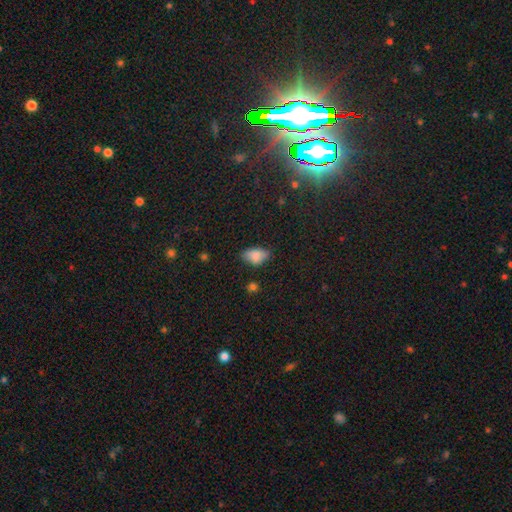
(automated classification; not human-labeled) This appears to be a smooth galaxy with no disk features (82%) that is in between round and cigar-shaped (91%). Merging: none (71%).